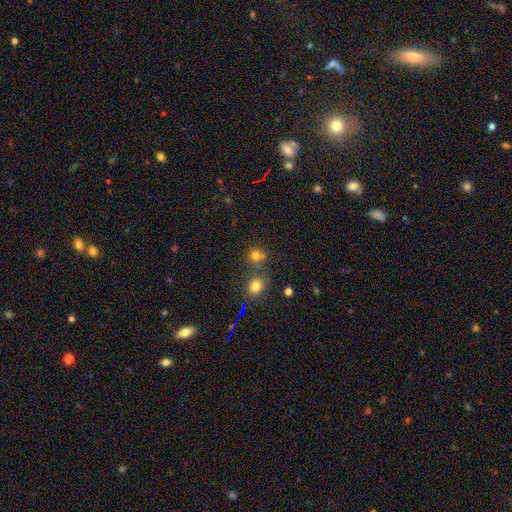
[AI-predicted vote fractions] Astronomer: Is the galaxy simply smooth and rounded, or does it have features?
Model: smooth — 72%.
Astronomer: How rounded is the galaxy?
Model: round — 85%.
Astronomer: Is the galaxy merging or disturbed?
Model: none — 60%.